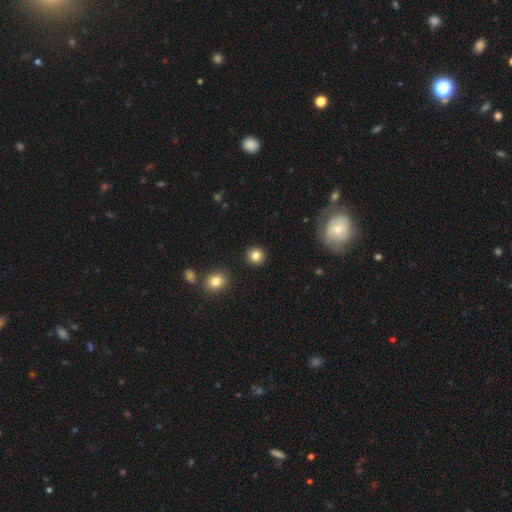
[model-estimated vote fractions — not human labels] Morphology: type=smooth (84%); roundness=round (90%); merging=none (90%).